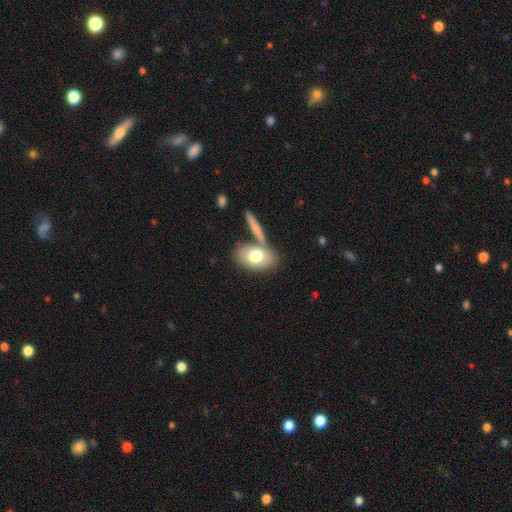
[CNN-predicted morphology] Smooth or featured: smooth — 72% (featured or disk — 22%)
How rounded: in between — 86% (round — 11%)
Merging: none — 59% (merger — 23%)